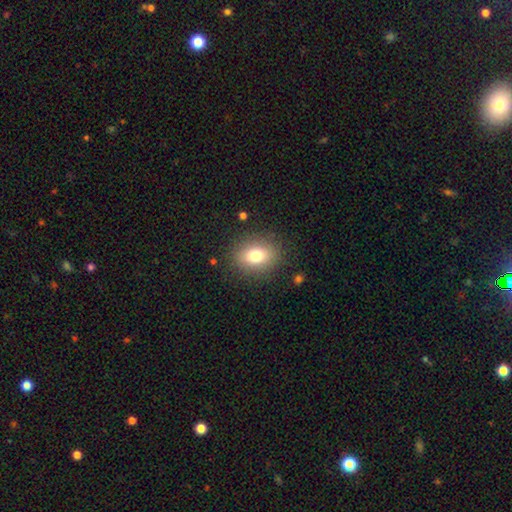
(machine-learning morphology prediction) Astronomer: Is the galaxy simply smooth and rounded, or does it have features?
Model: smooth — 77%.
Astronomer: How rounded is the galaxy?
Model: in between — 56% (runner-up: round, 42%).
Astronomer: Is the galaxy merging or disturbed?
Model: none — 86%.